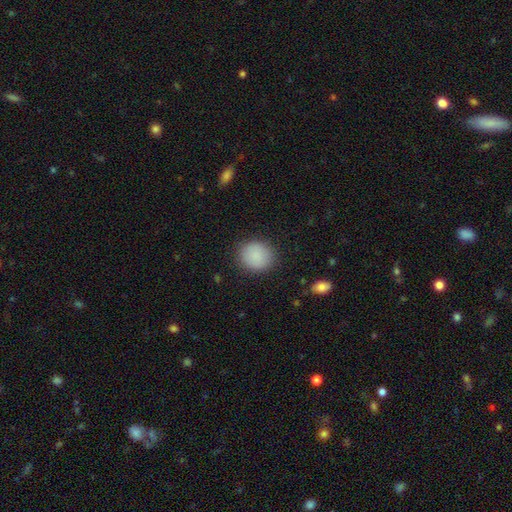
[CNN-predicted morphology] Smooth or featured? Predicted: smooth (p=0.87). How rounded? Predicted: round (p=0.74). Merging? Predicted: none (p=0.86).